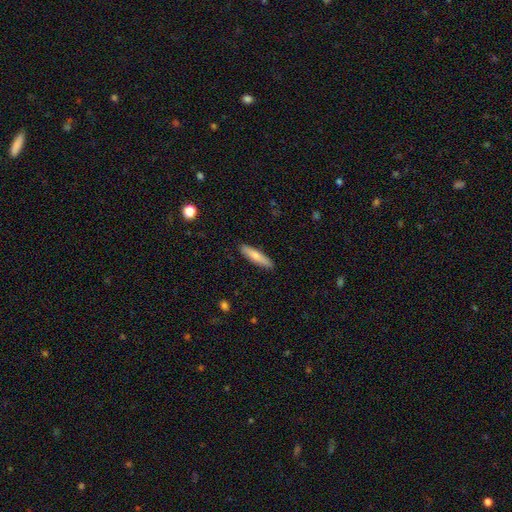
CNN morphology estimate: A smooth galaxy with no disk features (69%) that is cigar-shaped (82%).

Vote fractions:
- Smooth or featured? smooth: 69% / featured or disk: 26% / star or artifact: 6%
- How rounded? cigar-shaped: 82% / in between: 16% / round: 2%
- Merging? none: 90% / minor disturbance: 7% / major disturbance: 2% / merger: 1%